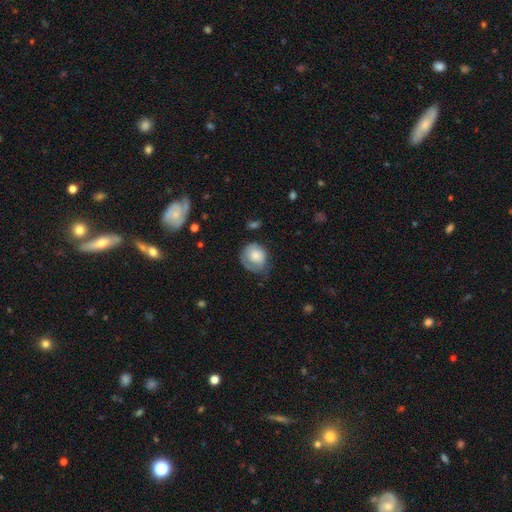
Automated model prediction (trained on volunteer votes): smooth-or-featured: smooth: 67% | featured or disk: 26% | star or artifact: 7%
  how-rounded: round: 76% | in between: 23% | cigar-shaped: 1%
  merging: none: 46% | minor disturbance: 33% | major disturbance: 19% | merger: 2%